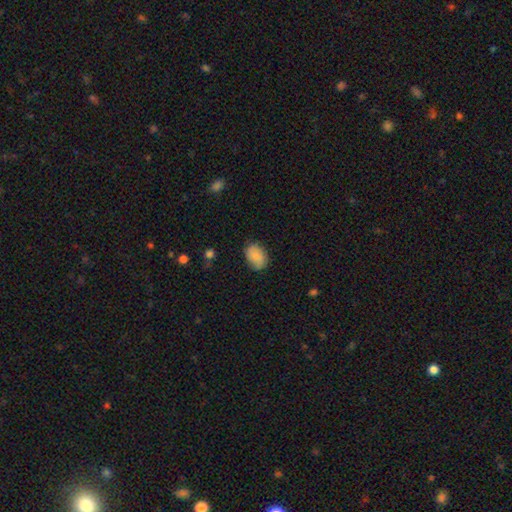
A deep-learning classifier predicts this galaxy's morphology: Overall: smooth (83%). How rounded: in between (79%). Merging: none (75%).